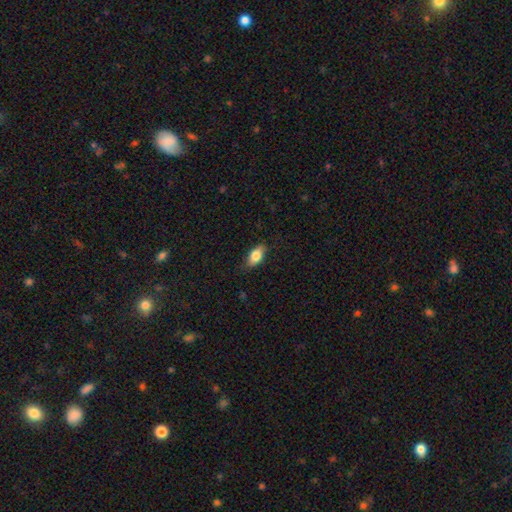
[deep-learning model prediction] Smooth or featured?
  - smooth: 79% *
  - featured or disk: 14%
  - star or artifact: 7%
How rounded?
  - in between: 88% *
  - cigar-shaped: 6%
  - round: 6%
Merging?
  - none: 81% *
  - minor disturbance: 15%
  - major disturbance: 3%
  - merger: 1%